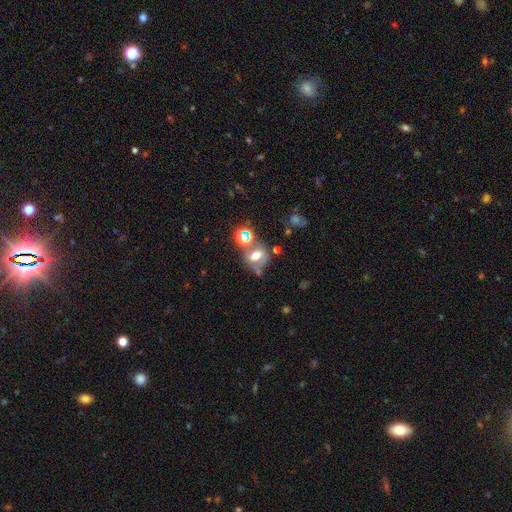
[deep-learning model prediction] smooth-or-featured: smooth: 50% | featured or disk: 30% | star or artifact: 20%
  merging: none: 44% | merger: 28% | minor disturbance: 17% | major disturbance: 11%